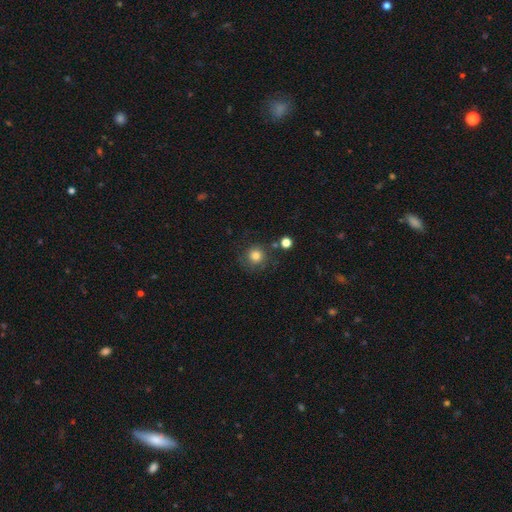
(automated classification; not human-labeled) This is likely a smooth galaxy (71%). How rounded: clearly round (92%). Merging: likely none (72%).